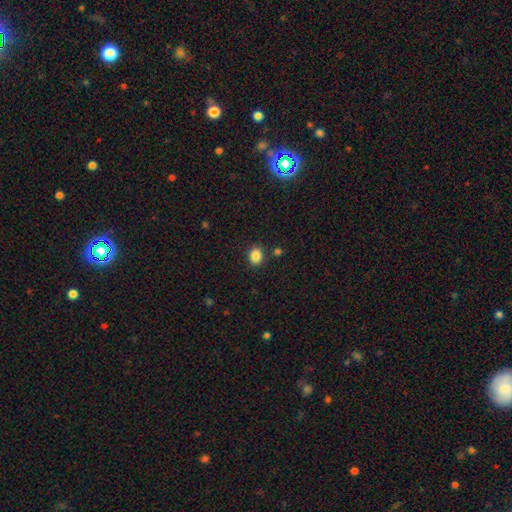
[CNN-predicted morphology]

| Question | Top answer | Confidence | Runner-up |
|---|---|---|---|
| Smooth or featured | smooth | 86% | star or artifact (10%) |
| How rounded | round | 60% | in between (39%) |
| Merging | none | 86% | minor disturbance (8%) |